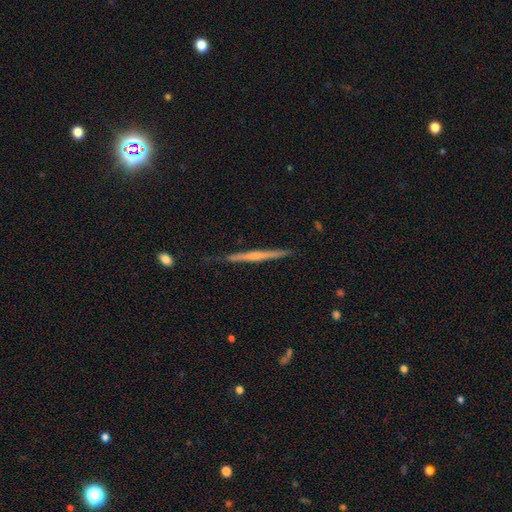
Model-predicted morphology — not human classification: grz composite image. It shows a featured or disk galaxy (63%) viewed edge-on (98%) with no central bulge (51%). Merging: none (84%).